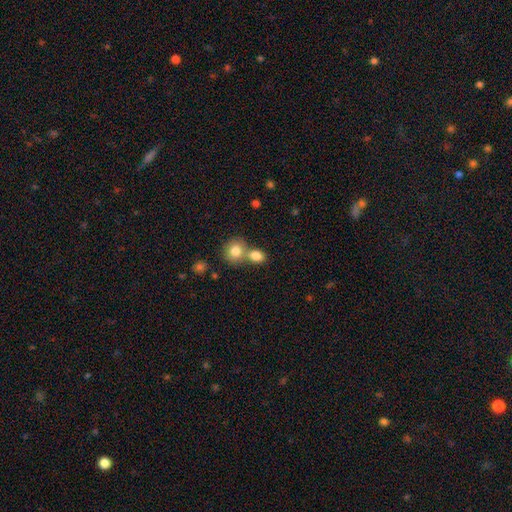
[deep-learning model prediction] Overall: smooth (83%). How rounded: round (52%; in between 46%). Merging: merger (47%; none 43%).